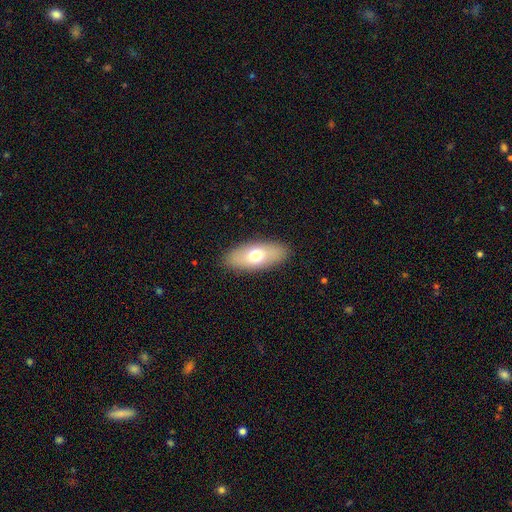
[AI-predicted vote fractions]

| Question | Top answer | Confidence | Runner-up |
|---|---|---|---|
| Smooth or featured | smooth | 67% | featured or disk (26%) |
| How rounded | in between | 85% | cigar-shaped (12%) |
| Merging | none | 88% | minor disturbance (9%) |